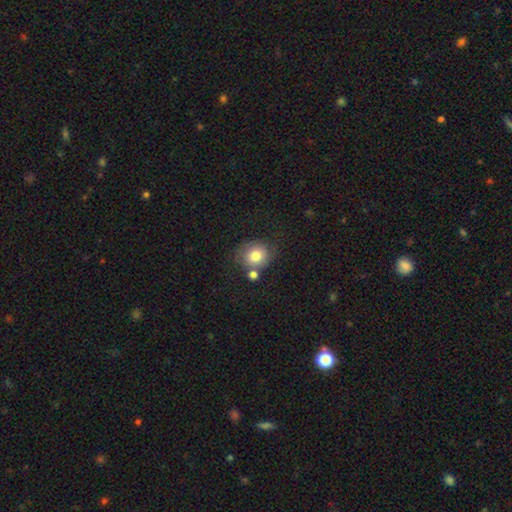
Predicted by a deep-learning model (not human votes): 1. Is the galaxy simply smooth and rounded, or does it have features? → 78% smooth, 13% featured or disk, 9% star or artifact.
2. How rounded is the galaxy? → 74% round, 25% in between, 1% cigar-shaped.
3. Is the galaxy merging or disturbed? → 59% none, 19% merger, 16% minor disturbance, 7% major disturbance.